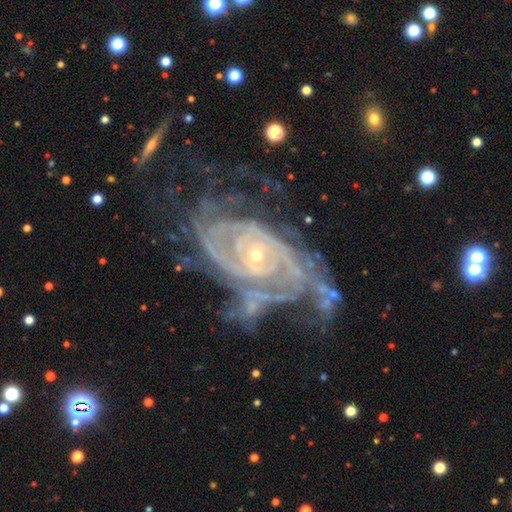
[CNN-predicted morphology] featured or disk 91%, star or artifact 6%, smooth 3%. Down the decision tree: edge-on disk — no (97%); bar — no (66%); spiral arms — yes (97%); spiral arm count — 2 (29%); spiral winding — tight (69%); bulge size — small (77%); merging — none (39%).